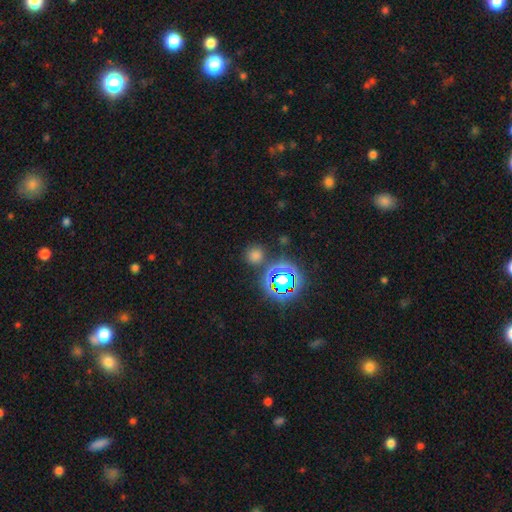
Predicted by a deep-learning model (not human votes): Smooth or featured? smooth (65%)
How rounded? round (90%)
Merging? none (81%)